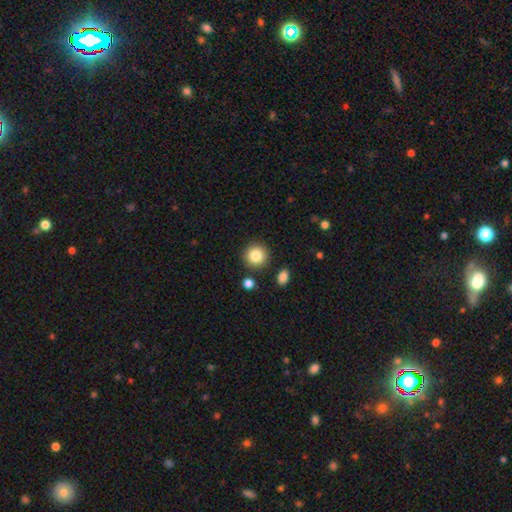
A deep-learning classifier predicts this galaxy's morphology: smooth 85%, star or artifact 9%, featured or disk 6%. Down the decision tree: how rounded — round (93%); merging — none (86%).